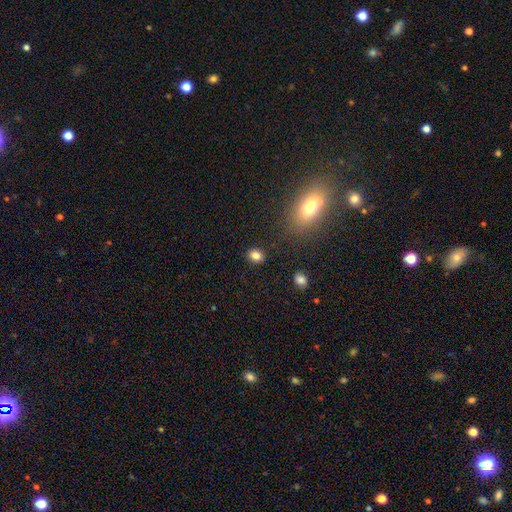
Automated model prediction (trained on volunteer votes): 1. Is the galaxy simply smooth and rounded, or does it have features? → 83% smooth, 11% star or artifact, 6% featured or disk.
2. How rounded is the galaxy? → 53% in between, 46% round, 1% cigar-shaped.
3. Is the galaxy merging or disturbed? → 87% none, 8% minor disturbance, 3% major disturbance, 2% merger.